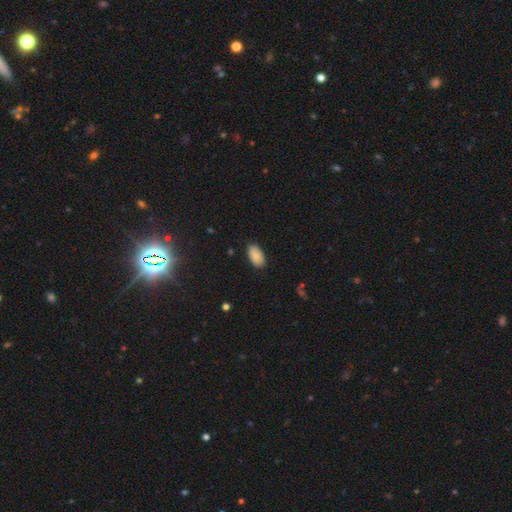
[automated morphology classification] Smooth or featured? Predicted: smooth (p=0.84). How rounded? Predicted: in between (p=0.94). Merging? Predicted: none (p=0.81).